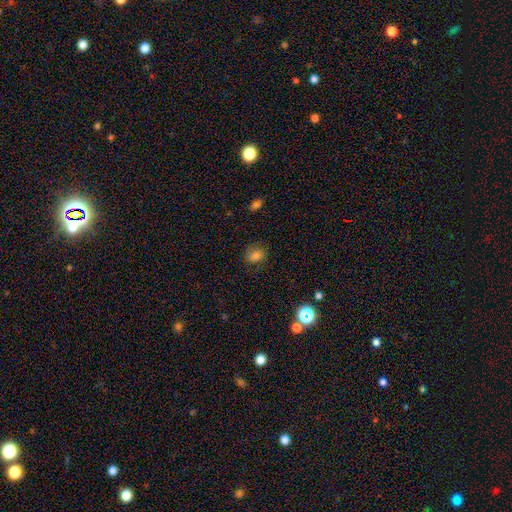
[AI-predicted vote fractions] This is likely a smooth galaxy (75%). How rounded: possibly in between (53%). Merging: likely none (74%).